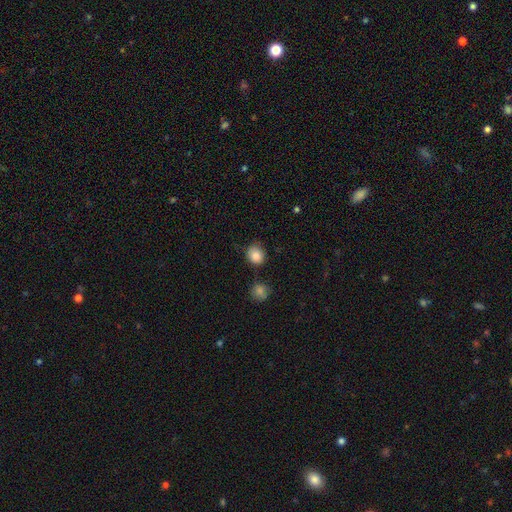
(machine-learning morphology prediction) smooth 85%, star or artifact 9%, featured or disk 5%. Down the decision tree: how rounded — round (80%); merging — none (75%).